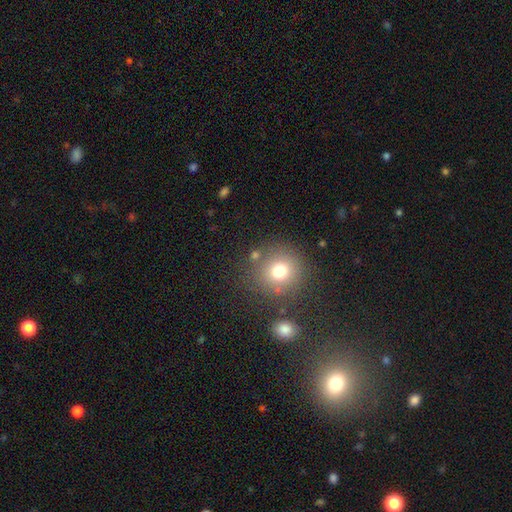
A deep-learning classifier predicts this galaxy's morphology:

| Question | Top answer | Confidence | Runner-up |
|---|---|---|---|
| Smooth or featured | smooth | 72% | star or artifact (18%) |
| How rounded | round | 91% | in between (8%) |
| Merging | none | 78% | minor disturbance (9%) |